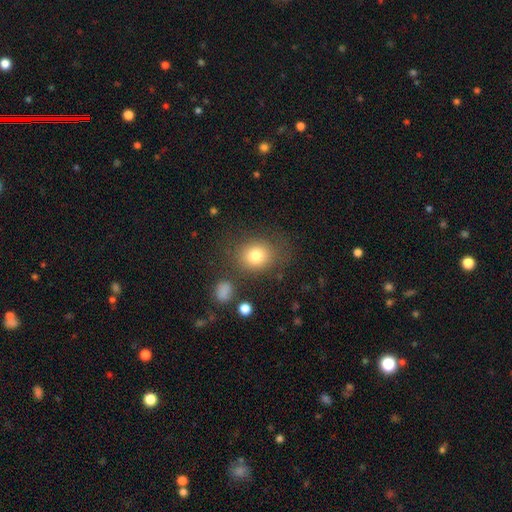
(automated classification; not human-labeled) The model was most divided on "how rounded": round: 67%, in between: 32%, cigar-shaped: 1%. More confident: smooth or featured — smooth (78%); merging — none (74%).